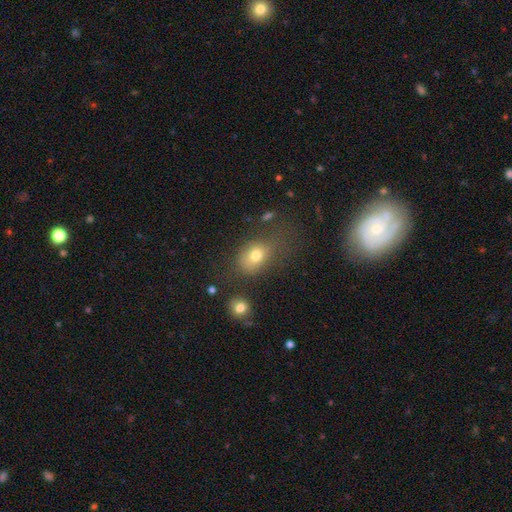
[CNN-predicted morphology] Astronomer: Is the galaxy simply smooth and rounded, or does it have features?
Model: smooth — 74%.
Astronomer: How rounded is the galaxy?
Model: in between — 68%.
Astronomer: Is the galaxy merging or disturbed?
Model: none — 53%.